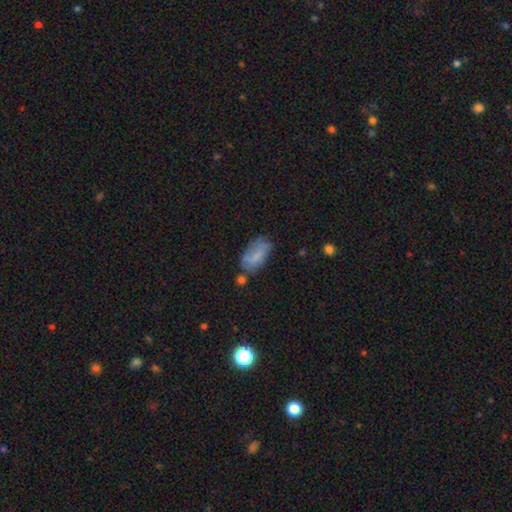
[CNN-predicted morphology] smooth 72%, featured or disk 20%, star or artifact 8%. Down the decision tree: how rounded — in between (91%); merging — none (54%).